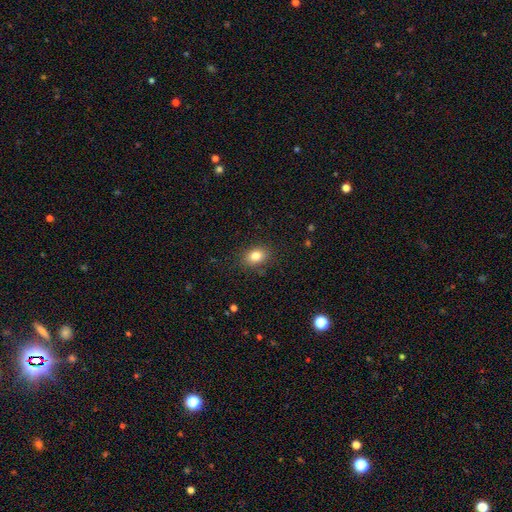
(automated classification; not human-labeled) smooth-or-featured: smooth: 81% | star or artifact: 11% | featured or disk: 8%
  how-rounded: in between: 64% | round: 35% | cigar-shaped: 1%
  merging: none: 85% | minor disturbance: 11% | major disturbance: 3% | merger: 1%